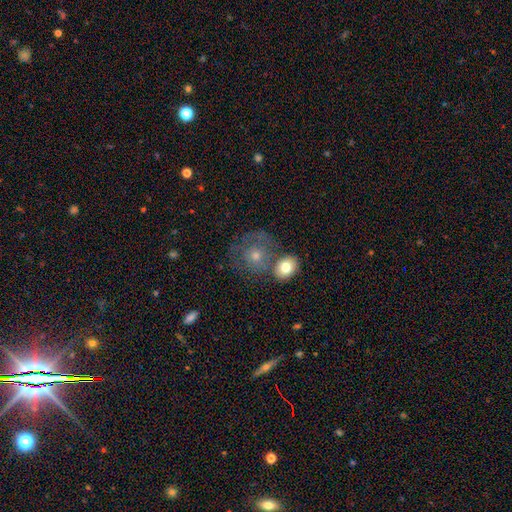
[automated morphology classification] smooth-or-featured: smooth: 49% | featured or disk: 37% | star or artifact: 14%
  merging: none: 51% | merger: 22% | minor disturbance: 16% | major disturbance: 11%